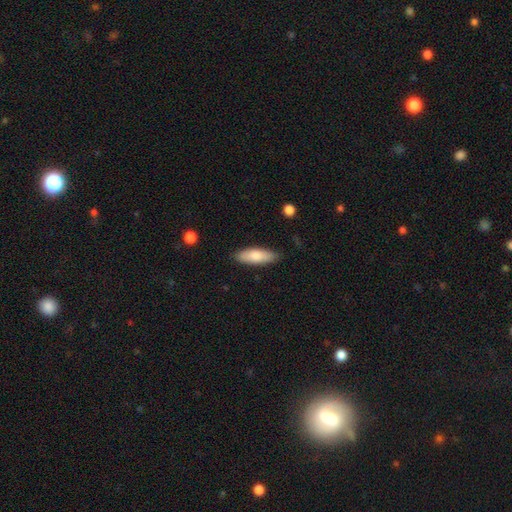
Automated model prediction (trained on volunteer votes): Smooth or featured? smooth (78%)
How rounded? in between (59%)
Merging? none (85%)